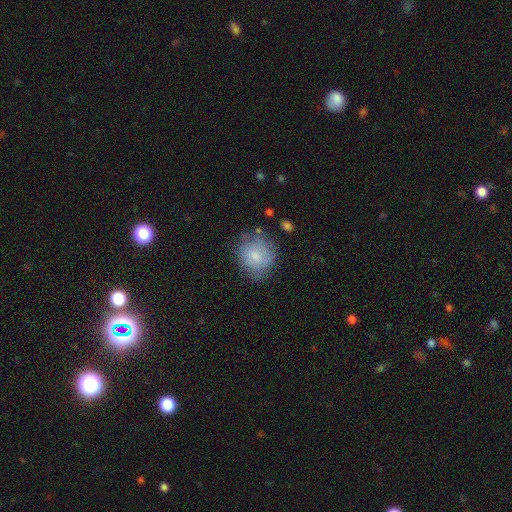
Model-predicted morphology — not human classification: smooth_or_featured: smooth (p=0.74) [alt: featured or disk p=0.18]
how_rounded: round (p=0.79) [alt: in between p=0.20]
merging: none (p=0.65) [alt: minor disturbance p=0.24]